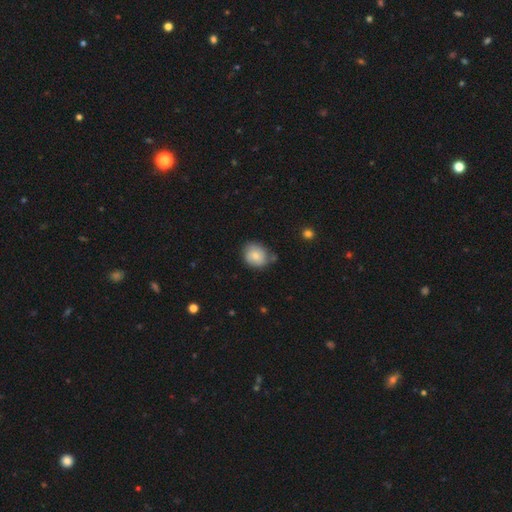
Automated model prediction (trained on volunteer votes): Overall: smooth (74%). How rounded: round (69%; in between 30%). Merging: none (64%; minor disturbance 25%).